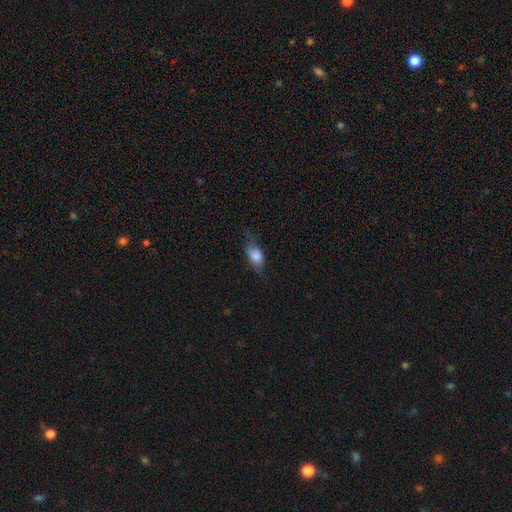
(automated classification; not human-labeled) Smooth or featured?
  - smooth: 71% *
  - featured or disk: 21%
  - star or artifact: 8%
How rounded?
  - in between: 79% *
  - cigar-shaped: 12%
  - round: 9%
Merging?
  - none: 57% *
  - minor disturbance: 30%
  - major disturbance: 12%
  - merger: 1%